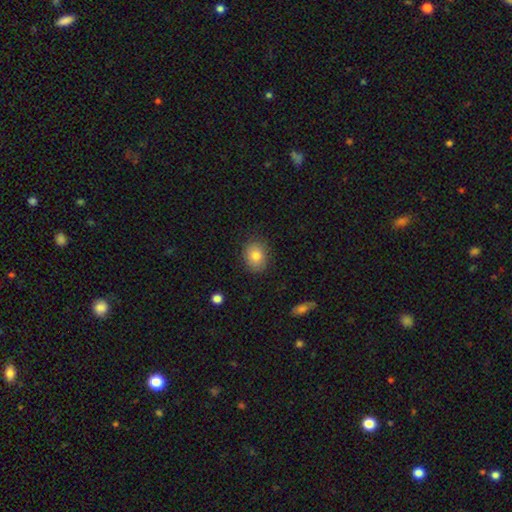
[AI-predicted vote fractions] Smooth or featured? smooth (81%)
How rounded? round (50%)
Merging? none (84%)